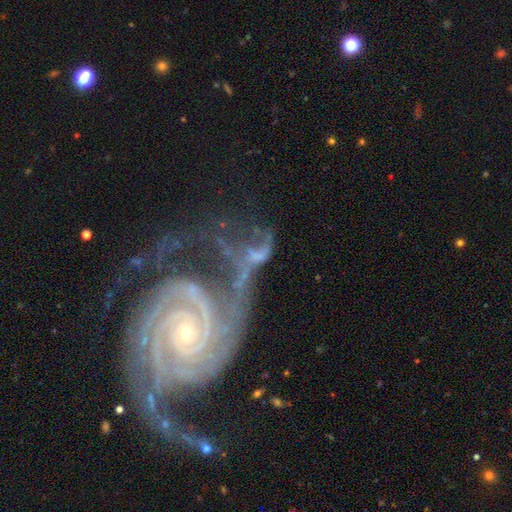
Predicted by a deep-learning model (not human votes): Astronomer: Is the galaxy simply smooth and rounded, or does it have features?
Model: featured or disk — 63%.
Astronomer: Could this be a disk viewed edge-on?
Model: no — 92%.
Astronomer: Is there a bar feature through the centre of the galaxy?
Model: no — 62%.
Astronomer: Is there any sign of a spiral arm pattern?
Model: yes — 59% (runner-up: no, 41%).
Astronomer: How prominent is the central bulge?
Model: small — 39% (runner-up: none, 31%).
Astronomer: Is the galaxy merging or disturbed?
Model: major disturbance — 36% (runner-up: merger, 30%).